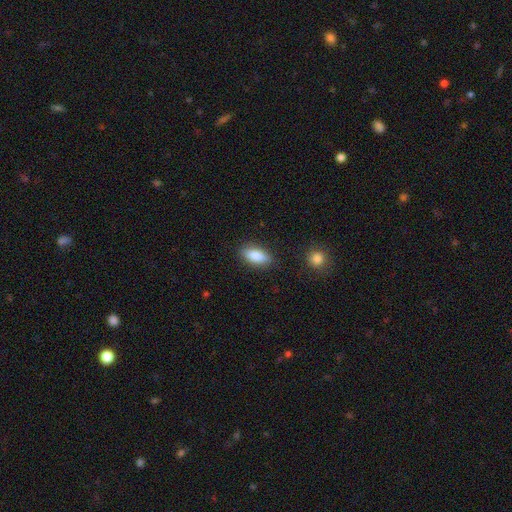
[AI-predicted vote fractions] The model was most divided on "how rounded": in between: 83%, cigar-shaped: 14%, round: 3%. More confident: merging — none (85%); smooth or featured — smooth (84%).